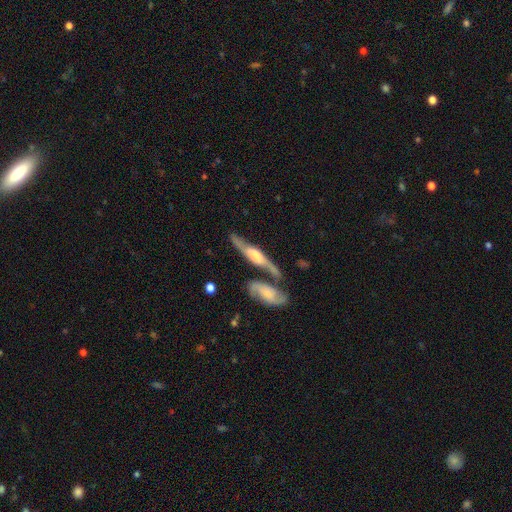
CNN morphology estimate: This is likely a featured or disk galaxy (76%). It is likely viewed edge-on (64%). Merging: possibly none (51%).